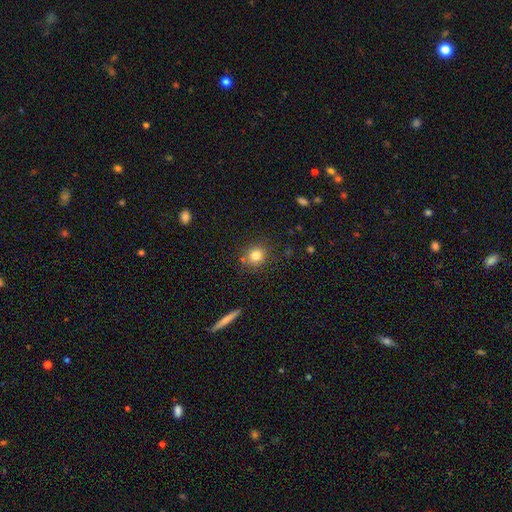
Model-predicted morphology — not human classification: Smooth or featured? smooth (82%)
How rounded? round (86%)
Merging? none (81%)